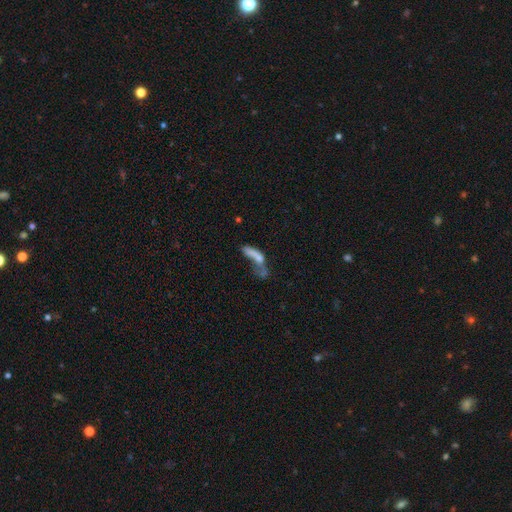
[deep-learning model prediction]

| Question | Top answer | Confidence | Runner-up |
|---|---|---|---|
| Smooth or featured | smooth | 56% | featured or disk (31%) |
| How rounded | cigar-shaped | 49% | in between (46%) |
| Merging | merger | 42% | major disturbance (30%) |